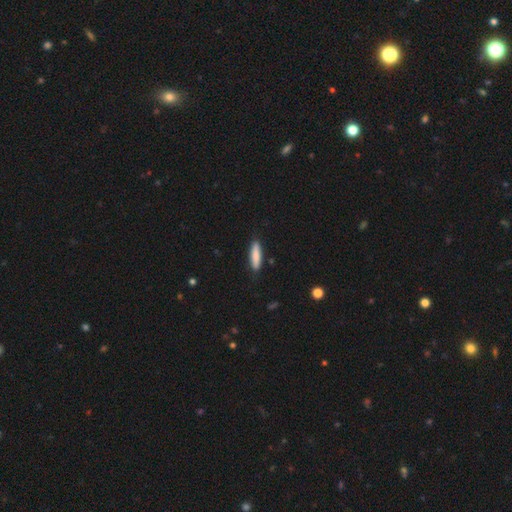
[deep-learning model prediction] A smooth galaxy with no disk features (84%) that is cigar-shaped (74%).

Vote fractions:
- Smooth or featured? smooth: 84% / featured or disk: 10% / star or artifact: 6%
- How rounded? cigar-shaped: 74% / in between: 24% / round: 1%
- Merging? none: 87% / minor disturbance: 10% / major disturbance: 2% / merger: 1%